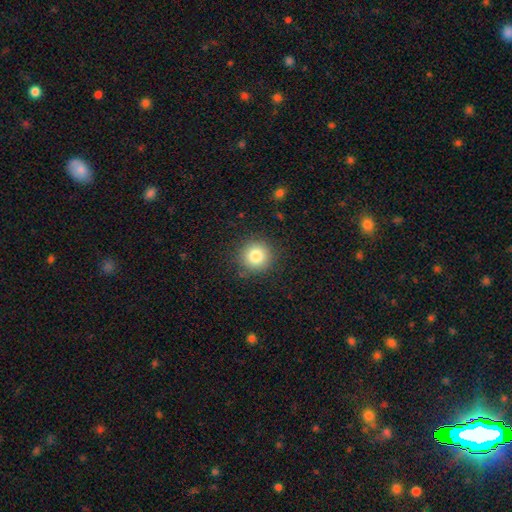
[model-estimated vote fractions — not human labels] The model was most divided on "smooth or featured": smooth: 83%, star or artifact: 10%, featured or disk: 7%. More confident: how rounded — round (94%); merging — none (88%).